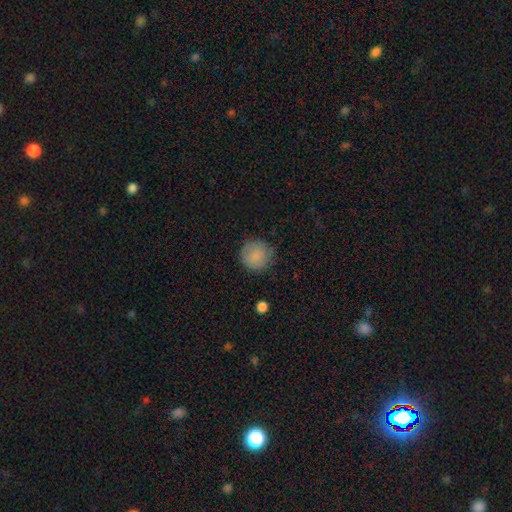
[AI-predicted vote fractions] Overall: smooth (86%). How rounded: round (94%). Merging: none (81%).